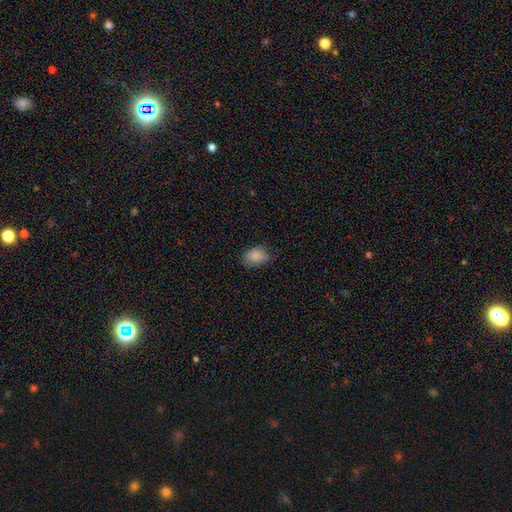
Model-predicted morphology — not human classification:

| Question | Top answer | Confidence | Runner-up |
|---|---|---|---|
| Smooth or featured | smooth | 86% | star or artifact (9%) |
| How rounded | in between | 76% | round (22%) |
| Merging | none | 65% | minor disturbance (28%) |